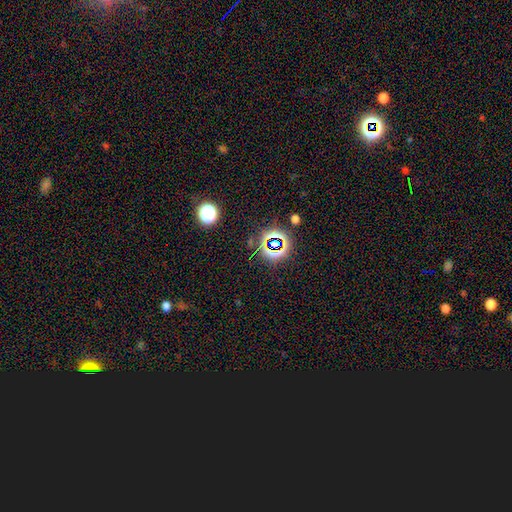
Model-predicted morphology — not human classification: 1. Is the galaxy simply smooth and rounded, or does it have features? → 78% star or artifact, 14% smooth, 8% featured or disk.